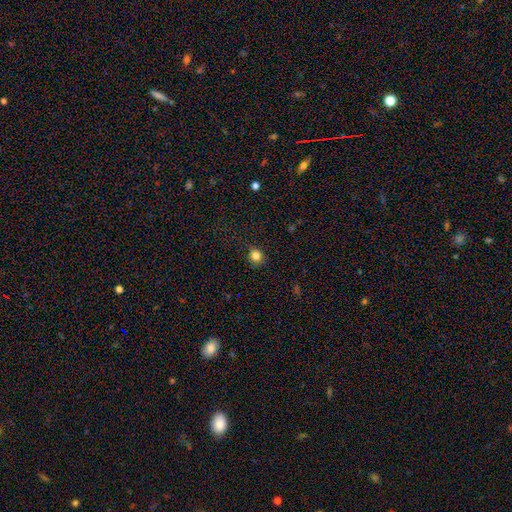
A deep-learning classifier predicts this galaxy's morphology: Smooth or featured? smooth (83%)
How rounded? round (85%)
Merging? none (87%)